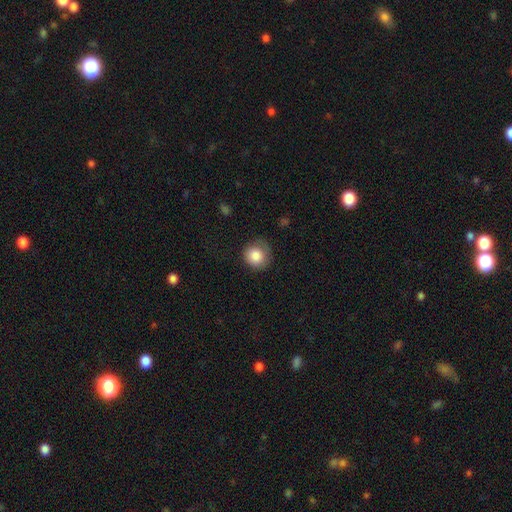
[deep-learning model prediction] Smooth or featured: smooth — 84% (star or artifact — 9%)
How rounded: round — 89% (in between — 10%)
Merging: none — 71% (minor disturbance — 21%)